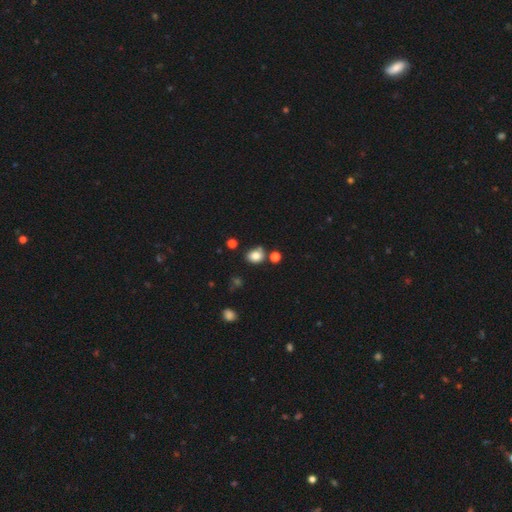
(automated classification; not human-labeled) This is clearly a smooth galaxy (81%). How rounded: possibly round (56%). Merging: likely none (68%).